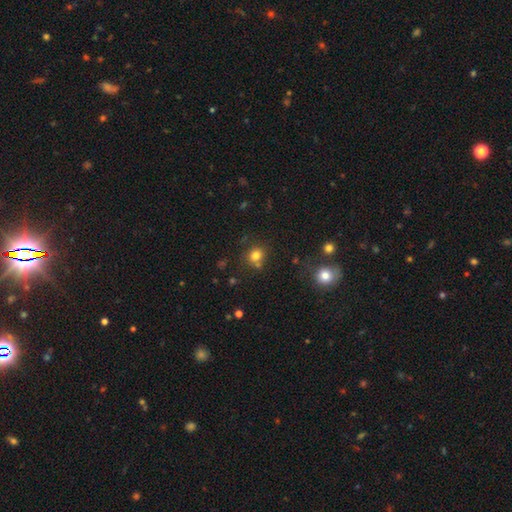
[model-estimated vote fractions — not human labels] Smooth or featured? smooth (78%)
How rounded? round (82%)
Merging? none (70%)